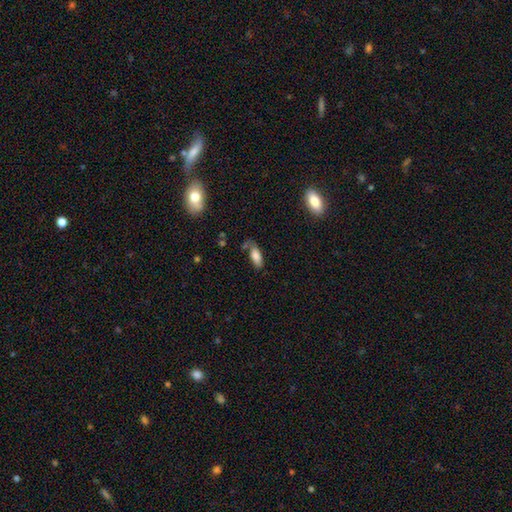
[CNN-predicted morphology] Smooth or featured? Predicted: smooth (p=0.81). How rounded? Predicted: in between (p=0.79). Merging? Predicted: none (p=0.59).